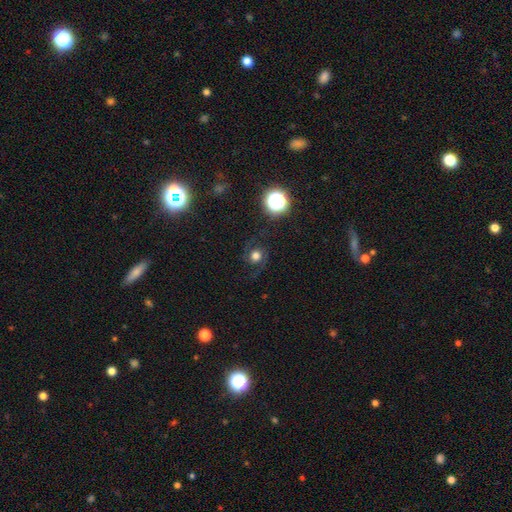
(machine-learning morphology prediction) Smooth or featured: featured or disk — 47% (smooth — 38%)
Merging: none — 71% (minor disturbance — 14%)